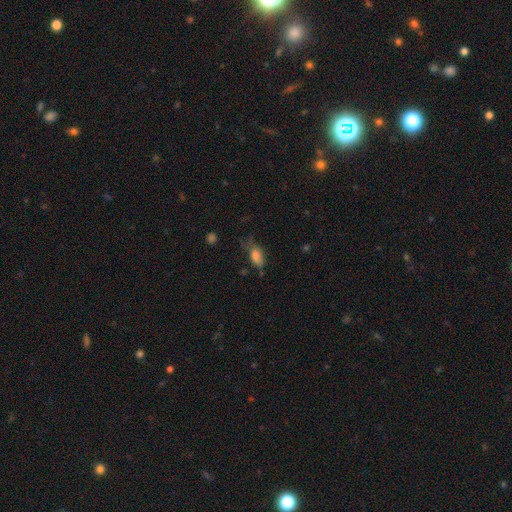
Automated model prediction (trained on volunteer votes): This appears to be a smooth galaxy with no disk features (73%) that is in between round and cigar-shaped (86%). Merging: none (37%).